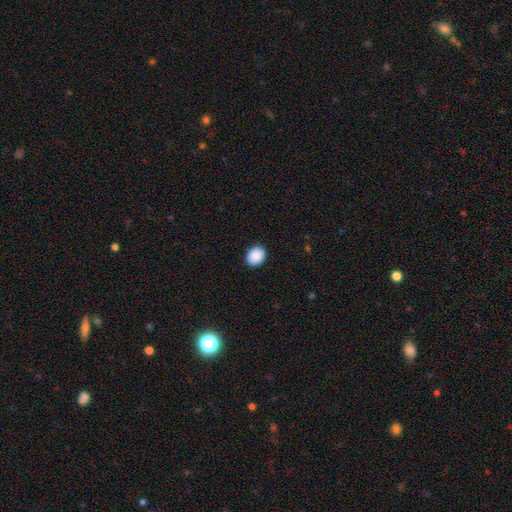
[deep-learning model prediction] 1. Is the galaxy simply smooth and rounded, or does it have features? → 89% smooth, 7% star or artifact, 3% featured or disk.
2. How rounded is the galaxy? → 52% round, 47% in between, 1% cigar-shaped.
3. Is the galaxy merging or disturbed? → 90% none, 7% minor disturbance, 2% major disturbance, 1% merger.